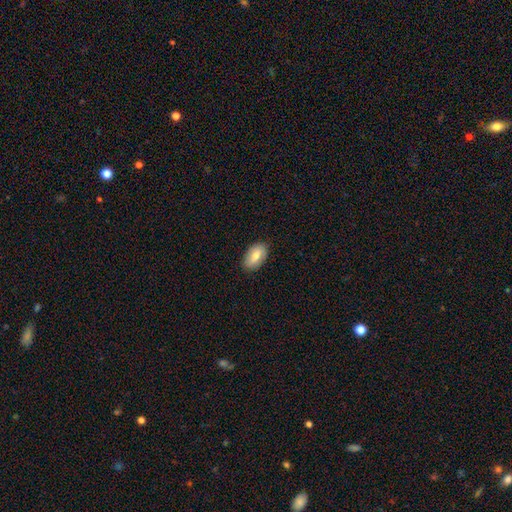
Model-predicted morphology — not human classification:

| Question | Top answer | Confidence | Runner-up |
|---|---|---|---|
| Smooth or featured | smooth | 74% | featured or disk (19%) |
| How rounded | in between | 93% | round (5%) |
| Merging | none | 85% | minor disturbance (12%) |